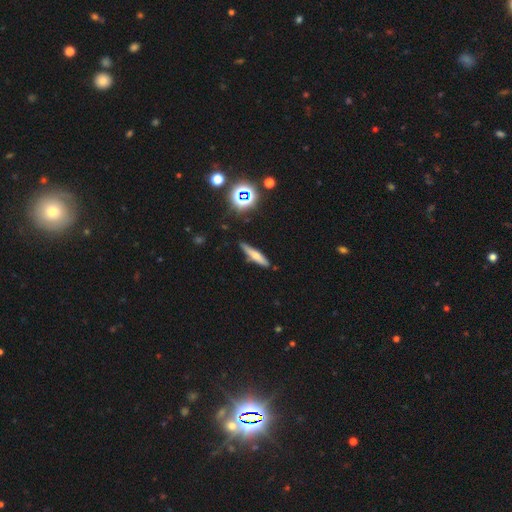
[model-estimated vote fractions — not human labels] Smooth or featured?
  - smooth: 54% *
  - featured or disk: 34%
  - star or artifact: 12%
How rounded?
  - cigar-shaped: 83% *
  - in between: 15%
  - round: 3%
Merging?
  - none: 82% *
  - minor disturbance: 12%
  - merger: 3%
  - major disturbance: 3%